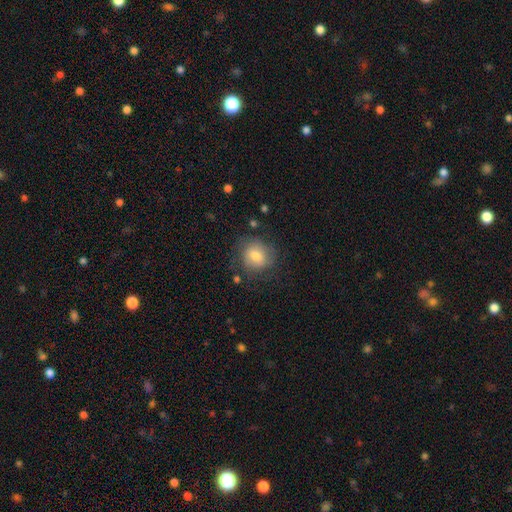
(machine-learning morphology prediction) Smooth or featured: smooth — 63% (featured or disk — 24%)
How rounded: round — 80% (in between — 19%)
Merging: none — 72% (minor disturbance — 18%)